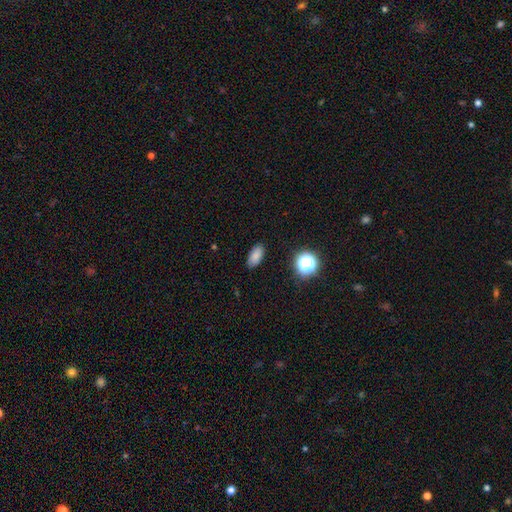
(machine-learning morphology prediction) This is clearly a smooth galaxy (82%). How rounded: clearly in between (88%). Merging: clearly none (87%).